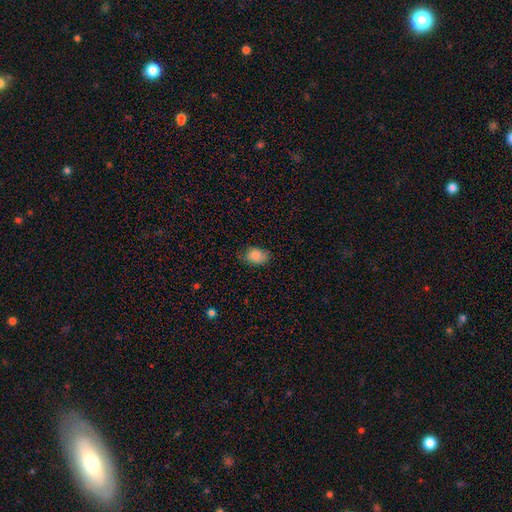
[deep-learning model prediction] This is clearly a smooth galaxy (85%). How rounded: likely in between (71%). Merging: likely none (67%).